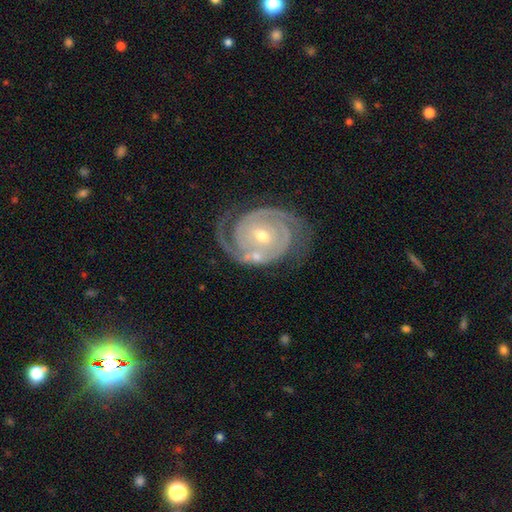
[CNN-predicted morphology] Q: Smooth or featured?
A: featured or disk (88%); runner-up: smooth (7%)
Q: Edge-on disk?
A: no (97%); runner-up: yes (3%)
Q: Bar?
A: no (55%); runner-up: weak (31%)
Q: Spiral arms?
A: yes (96%); runner-up: no (4%)
Q: Spiral winding?
A: tight (71%); runner-up: medium (23%)
Q: Spiral arm count?
A: 2 (80%); runner-up: can't tell (7%)
Q: Bulge size?
A: small (50%); runner-up: moderate (46%)
Q: Merging?
A: none (66%); runner-up: minor disturbance (17%)